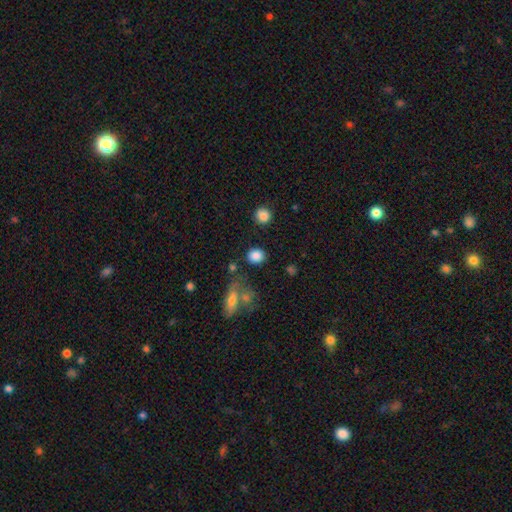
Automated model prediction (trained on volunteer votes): Smooth or featured? smooth (85%)
How rounded? round (69%)
Merging? none (81%)